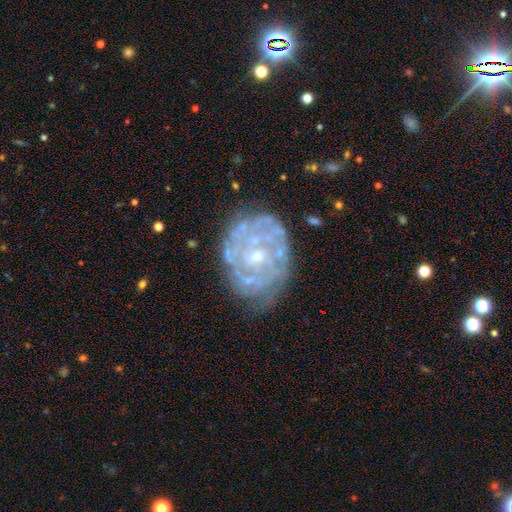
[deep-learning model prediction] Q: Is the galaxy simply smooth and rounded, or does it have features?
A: featured or disk — 81%.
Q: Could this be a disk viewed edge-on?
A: no — 97%.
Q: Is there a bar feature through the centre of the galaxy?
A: no — 75%.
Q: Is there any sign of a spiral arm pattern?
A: yes — 71%.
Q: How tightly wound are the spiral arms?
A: tight — 72%.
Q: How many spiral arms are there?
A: can't tell — 59%.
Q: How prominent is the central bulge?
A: small — 56%.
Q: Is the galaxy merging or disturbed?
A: none — 64%.